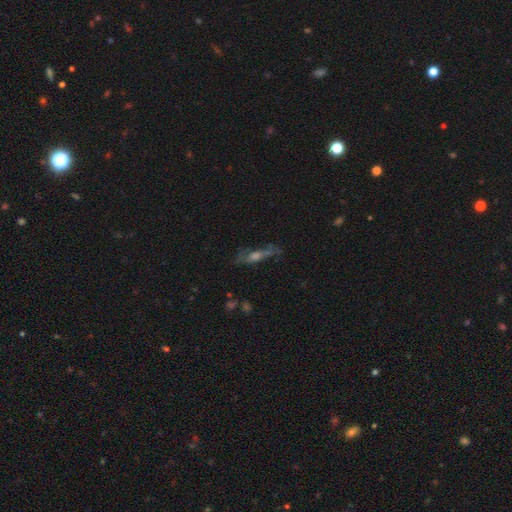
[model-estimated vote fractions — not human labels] smooth-or-featured: featured or disk: 58% | smooth: 28% | star or artifact: 14%
  disk-edge-on: yes: 61% | no: 39%
  merging: none: 66% | minor disturbance: 20% | major disturbance: 12% | merger: 3%